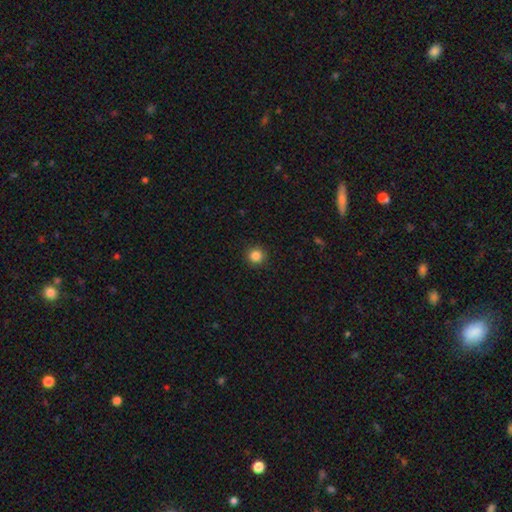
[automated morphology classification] This appears to be a smooth galaxy with no disk features (85%) that is round (94%). Merging: none (92%).